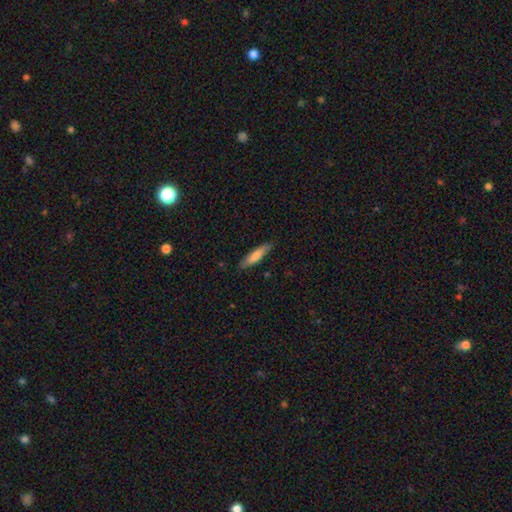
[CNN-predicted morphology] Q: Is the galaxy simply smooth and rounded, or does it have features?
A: smooth — 73%.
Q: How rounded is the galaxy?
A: cigar-shaped — 77%.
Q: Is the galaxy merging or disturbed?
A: none — 85%.